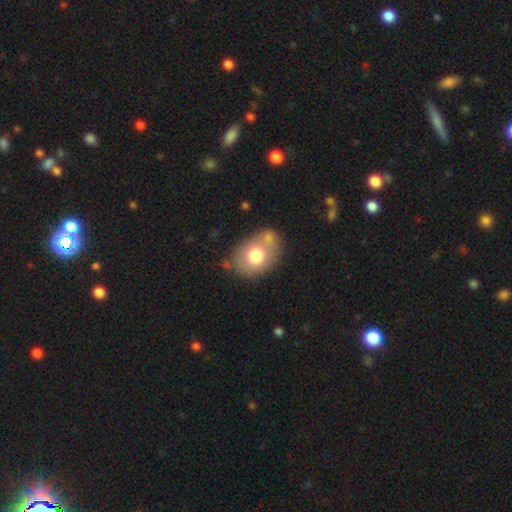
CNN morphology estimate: type=smooth (70%); roundness=in between (72%); merging=none (59%).